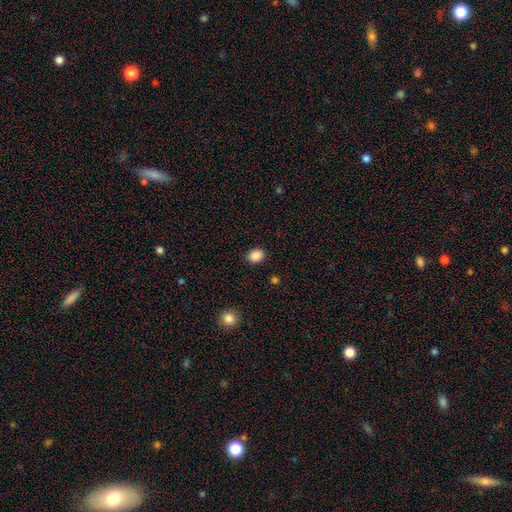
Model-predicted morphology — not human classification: Q: Smooth or featured?
A: smooth (88%); runner-up: star or artifact (9%)
Q: How rounded?
A: in between (57%); runner-up: round (43%)
Q: Merging?
A: none (88%); runner-up: minor disturbance (8%)